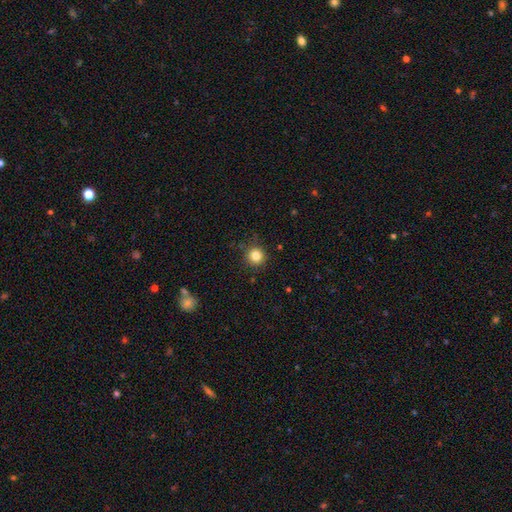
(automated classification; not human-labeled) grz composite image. It shows a smooth galaxy with no disk features (83%) that is round (94%). Merging: none (88%).